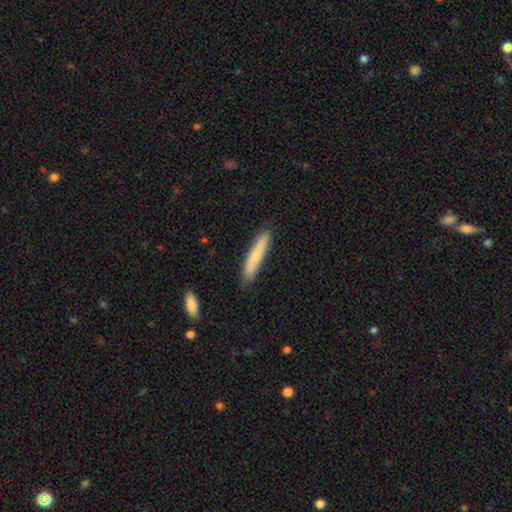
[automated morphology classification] Smooth or featured: smooth — 69% (featured or disk — 26%)
How rounded: cigar-shaped — 88% (in between — 10%)
Merging: none — 83% (minor disturbance — 13%)